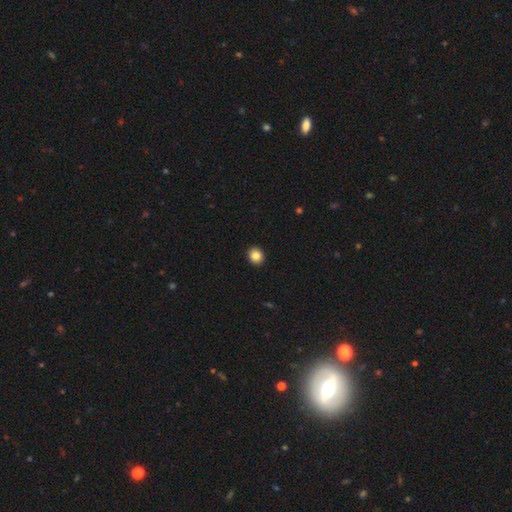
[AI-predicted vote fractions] The model was most divided on "how rounded": round: 70%, in between: 29%, cigar-shaped: 1%. More confident: merging — none (93%); smooth or featured — smooth (85%).